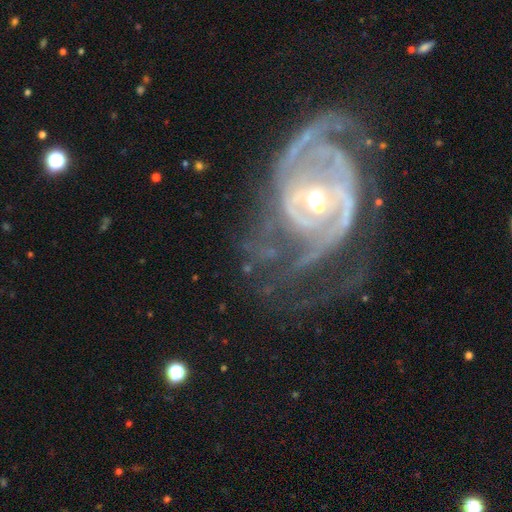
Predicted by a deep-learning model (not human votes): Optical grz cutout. It shows a featured or disk galaxy (89%) with no bar (41%), 2 (36%) tight (47%) spiral arms (95%) and a small central bulge (48%). Merging: none (50%).